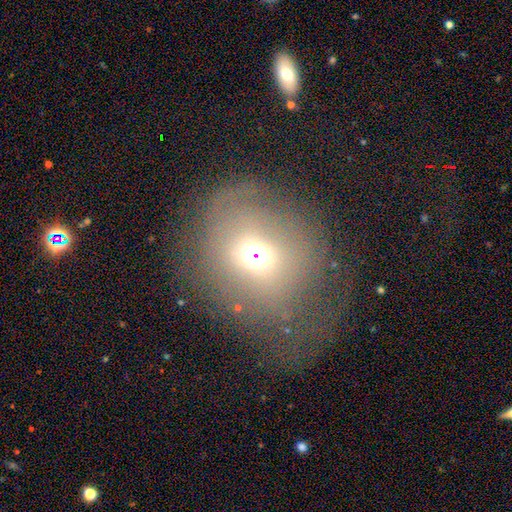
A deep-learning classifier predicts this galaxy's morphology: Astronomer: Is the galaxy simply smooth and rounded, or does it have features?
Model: smooth — 55%.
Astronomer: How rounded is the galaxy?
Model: round — 71%.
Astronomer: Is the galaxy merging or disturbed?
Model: none — 68%.